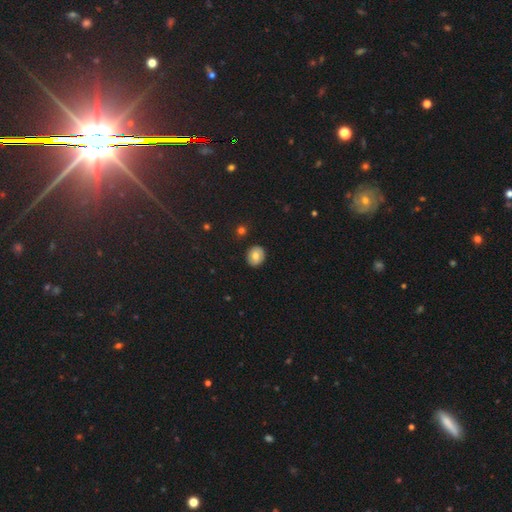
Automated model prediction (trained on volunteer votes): Smooth or featured: smooth — 75% (featured or disk — 16%)
How rounded: round — 76% (in between — 23%)
Merging: none — 90% (minor disturbance — 7%)